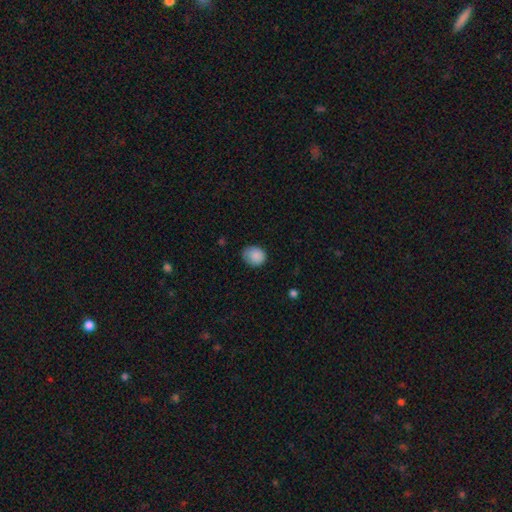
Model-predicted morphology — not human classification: This is clearly a smooth galaxy (87%). How rounded: likely round (65%). Merging: likely none (67%).